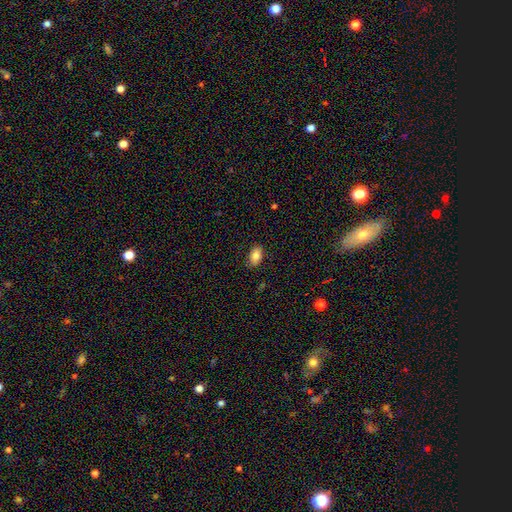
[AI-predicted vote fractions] A smooth galaxy with no disk features (82%) that is in between round and cigar-shaped (90%). Merging: none (85%).